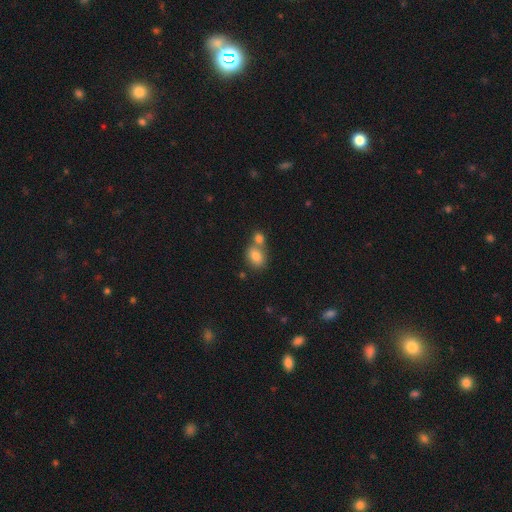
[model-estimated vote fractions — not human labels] This appears to be a smooth galaxy with no disk features (80%) that is in between round and cigar-shaped (64%). Merging: merger (45%).